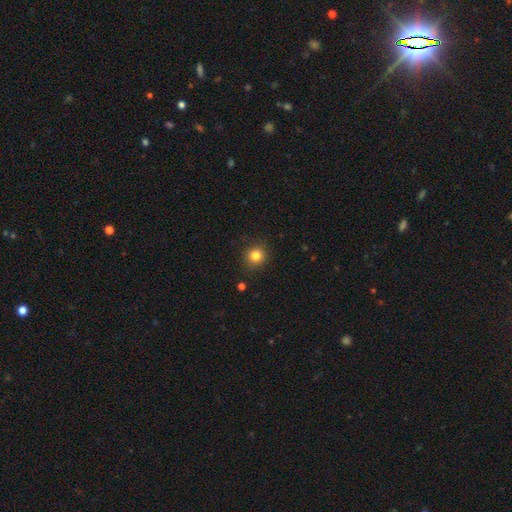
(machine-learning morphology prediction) Smooth or featured? Predicted: smooth (p=0.83). How rounded? Predicted: round (p=0.91). Merging? Predicted: none (p=0.90).